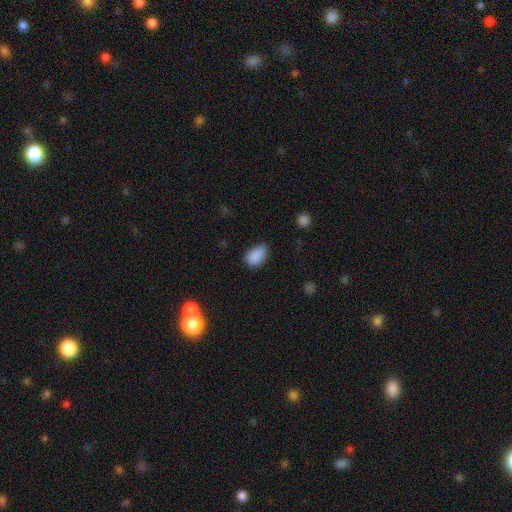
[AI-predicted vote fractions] smooth 88%, star or artifact 9%, featured or disk 4%. Down the decision tree: how rounded — in between (88%); merging — none (68%).